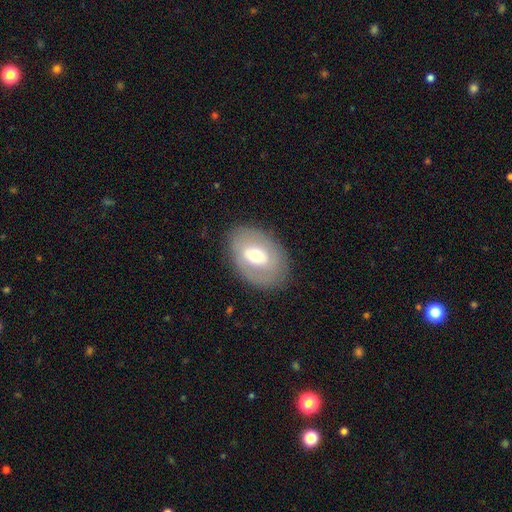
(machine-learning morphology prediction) smooth_or_featured: smooth (p=0.47) [alt: featured or disk p=0.46]
merging: none (p=0.81) [alt: minor disturbance p=0.13]